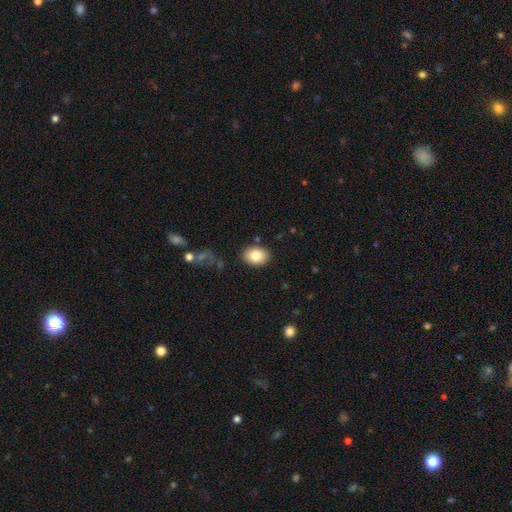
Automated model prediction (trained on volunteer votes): A smooth galaxy with no disk features (82%) that is in between round and cigar-shaped (71%). Merging: none (86%).